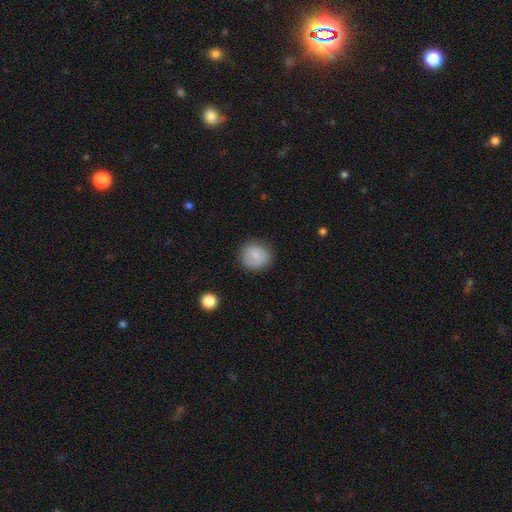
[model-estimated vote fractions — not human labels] The model was most divided on "merging": none: 82%, minor disturbance: 13%, major disturbance: 4%, merger: 1%. More confident: how rounded — round (85%); smooth or featured — smooth (81%).